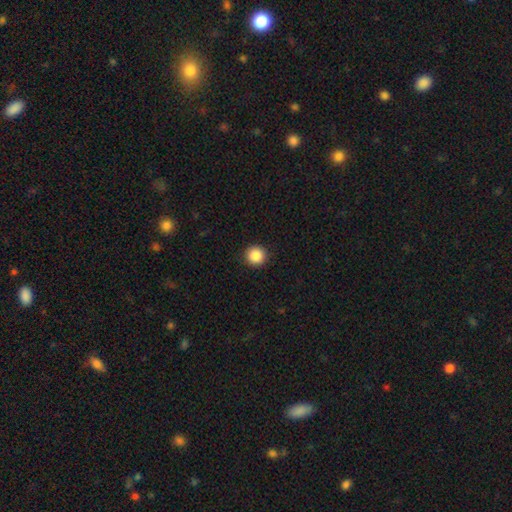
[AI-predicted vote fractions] A smooth galaxy with no disk features (87%) that is round (95%). Merging: none (93%).